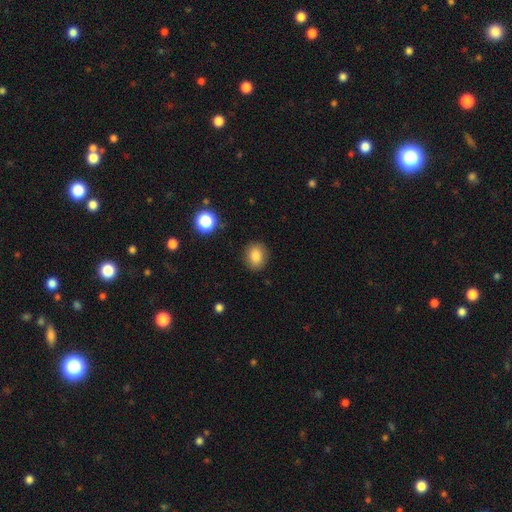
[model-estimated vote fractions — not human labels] This is clearly a smooth galaxy (84%). How rounded: possibly round (53%). Merging: clearly none (87%).